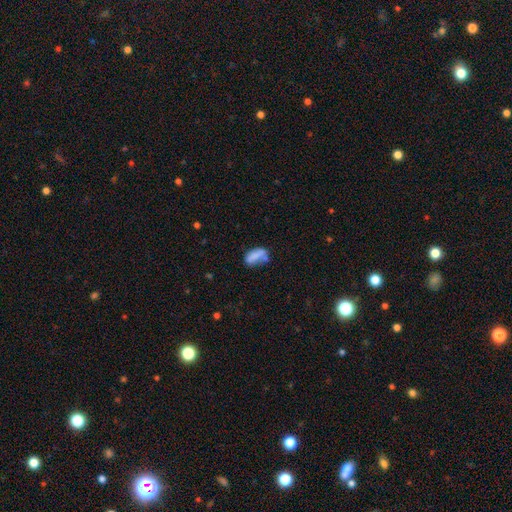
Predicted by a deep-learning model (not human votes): smooth_or_featured: smooth (p=0.74) [alt: featured or disk p=0.16]
how_rounded: in between (p=0.80) [alt: cigar-shaped p=0.16]
merging: none (p=0.40) [alt: minor disturbance p=0.25]